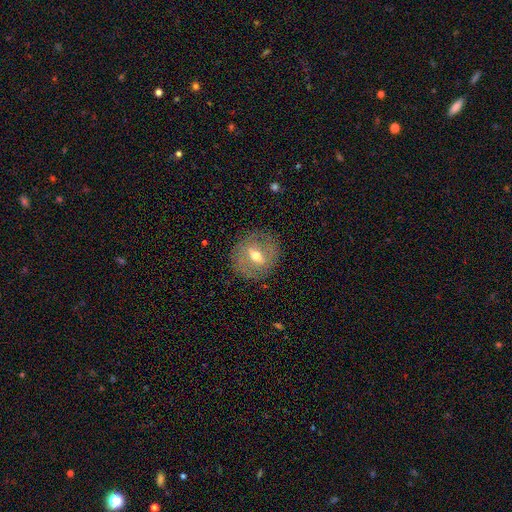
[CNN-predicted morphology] Smooth or featured? featured or disk (61%)
Edge-on disk? no (88%)
Bar? weak (46%)
Spiral arms? no (62%)
Bulge size? moderate (70%)
Merging? none (83%)